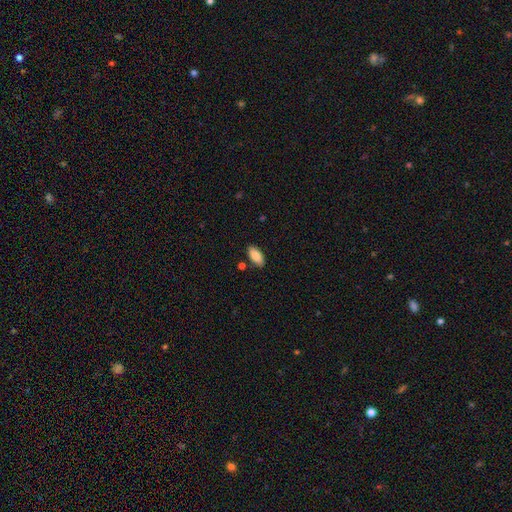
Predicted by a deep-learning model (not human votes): smooth_or_featured: smooth (p=0.87) [alt: featured or disk p=0.07]
how_rounded: in between (p=0.90) [alt: cigar-shaped p=0.08]
merging: none (p=0.83) [alt: minor disturbance p=0.12]